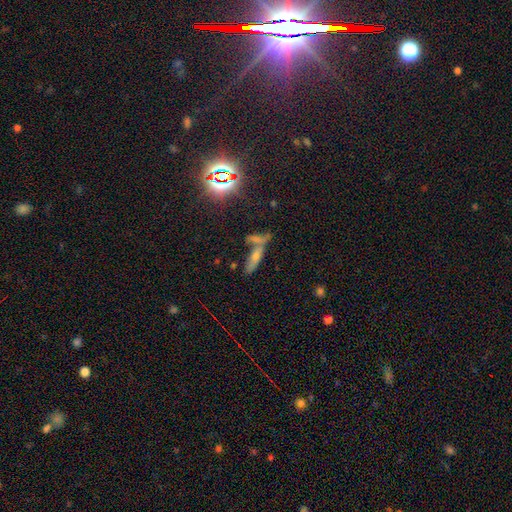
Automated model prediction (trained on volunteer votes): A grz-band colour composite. It shows a smooth galaxy with no disk features (36%). Merging: none (46%).